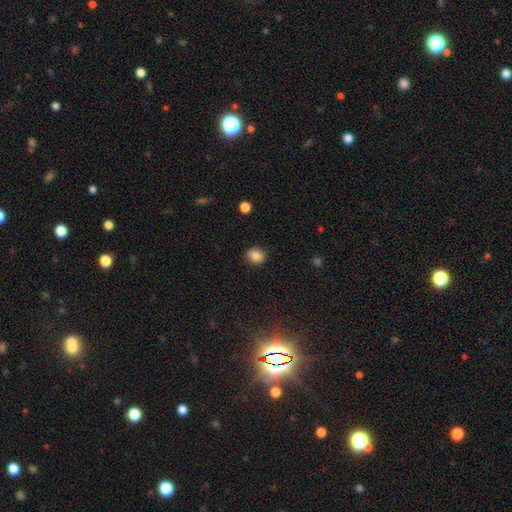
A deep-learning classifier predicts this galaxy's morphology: smooth-or-featured: smooth: 85% | star or artifact: 10% | featured or disk: 5%
  how-rounded: round: 70% | in between: 29% | cigar-shaped: 1%
  merging: none: 89% | minor disturbance: 8% | major disturbance: 2% | merger: 1%